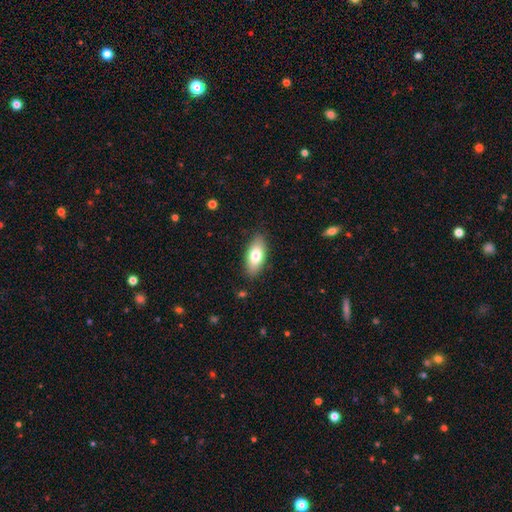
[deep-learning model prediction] This appears to be a smooth galaxy with no disk features (76%) that is in between round and cigar-shaped (85%). Merging: none (86%).